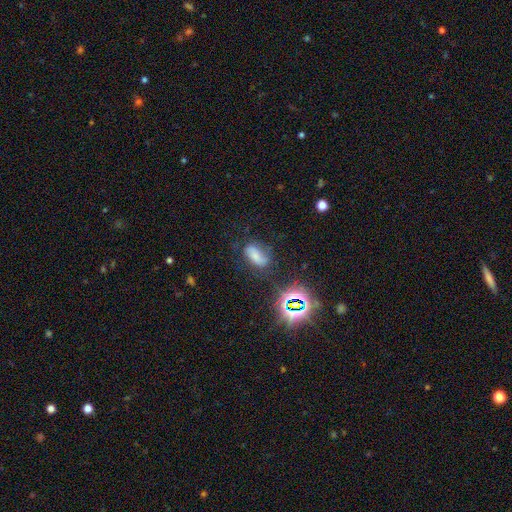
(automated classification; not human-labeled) This is possibly a smooth galaxy (54%). How rounded: clearly in between (86%). Merging: possibly none (59%).